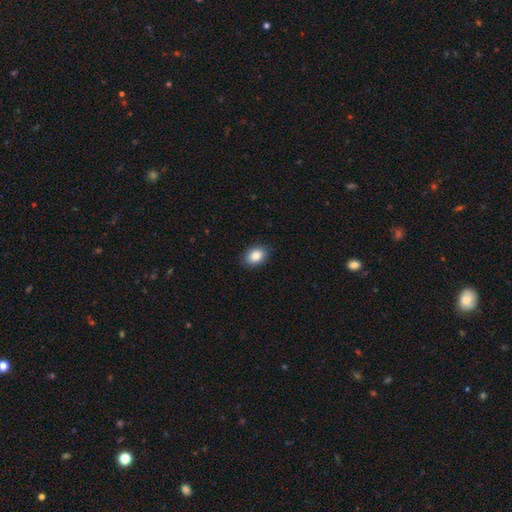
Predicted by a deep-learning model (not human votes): smooth_or_featured: smooth (p=0.87) [alt: star or artifact p=0.08]
how_rounded: in between (p=0.76) [alt: round p=0.23]
merging: none (p=0.88) [alt: minor disturbance p=0.09]